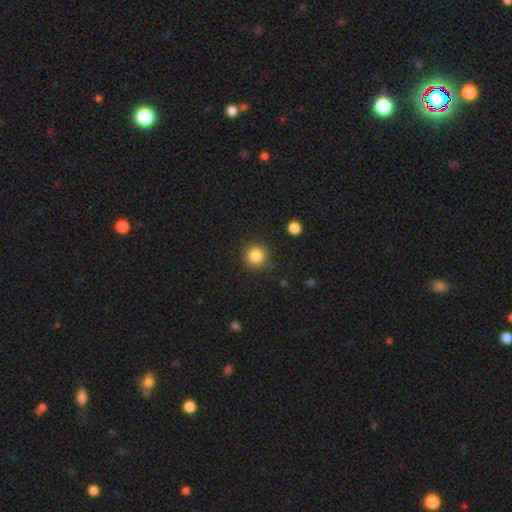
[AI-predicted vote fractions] This appears to be a smooth galaxy with no disk features (84%) that is round (92%). Merging: none (86%).